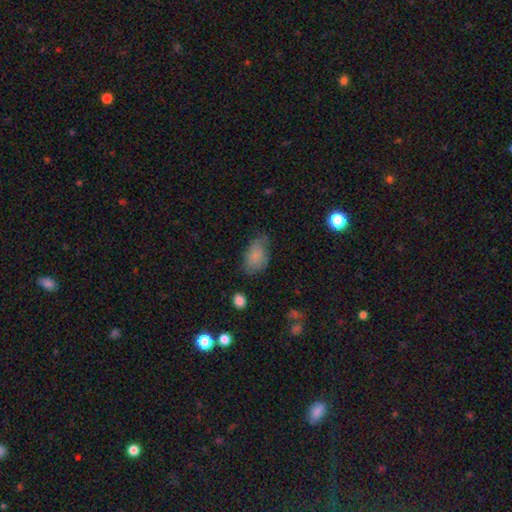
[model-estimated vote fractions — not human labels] Morphology: type=smooth (80%); roundness=in between (88%); merging=none (58%).